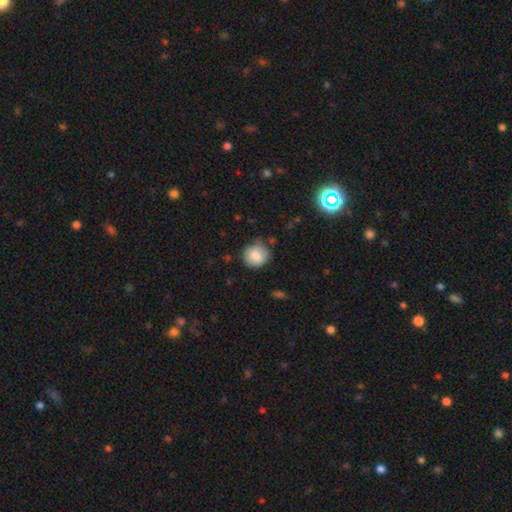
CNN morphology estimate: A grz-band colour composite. It shows a smooth galaxy with no disk features (81%) that is round (87%). Merging: none (74%).